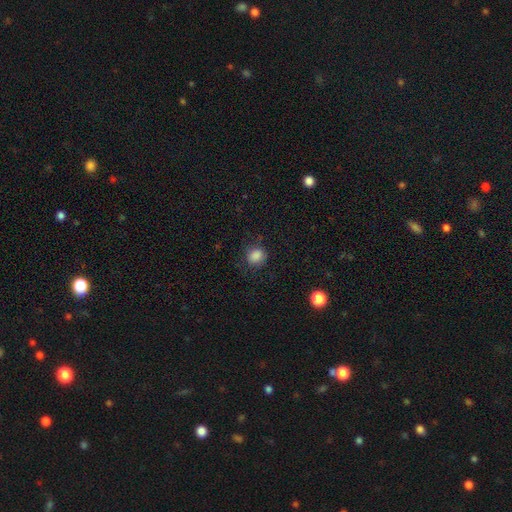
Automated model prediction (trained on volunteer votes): smooth_or_featured: smooth (p=0.86) [alt: star or artifact p=0.10]
how_rounded: round (p=0.71) [alt: in between p=0.28]
merging: none (p=0.76) [alt: minor disturbance p=0.16]